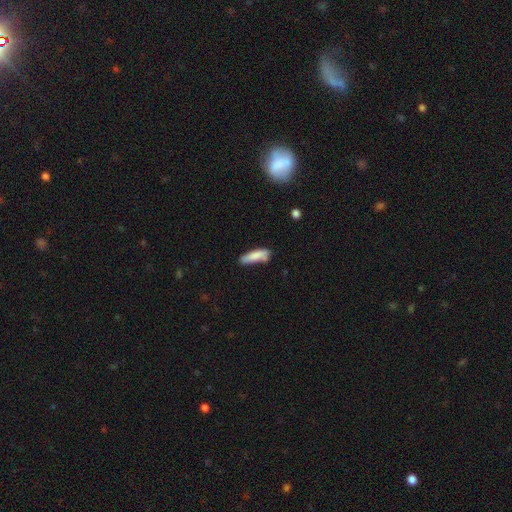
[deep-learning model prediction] smooth 83%, featured or disk 10%, star or artifact 7%. Down the decision tree: how rounded — cigar-shaped (58%); merging — none (60%).